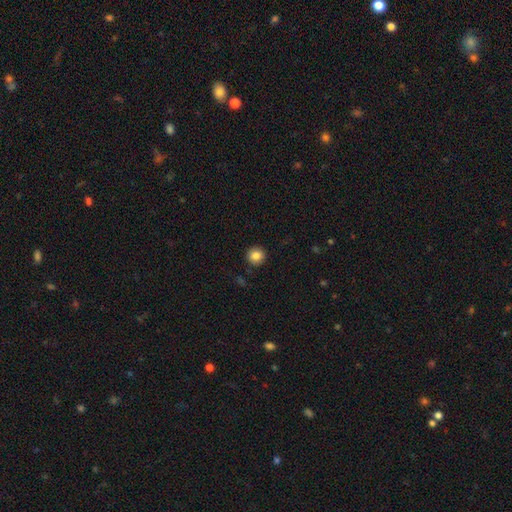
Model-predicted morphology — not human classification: This appears to be a smooth galaxy with no disk features (85%) that is round (92%). Merging: none (91%).